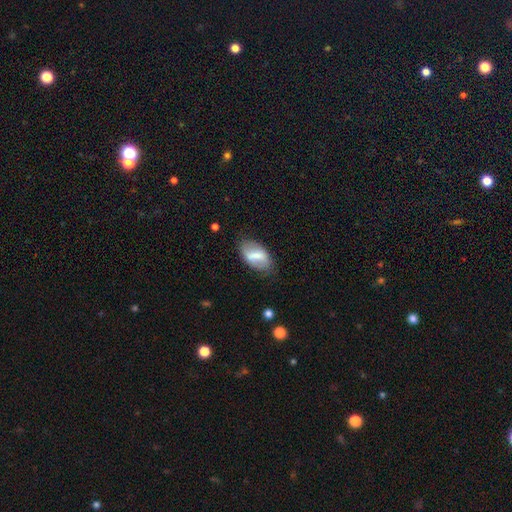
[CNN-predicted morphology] Q: Smooth or featured?
A: featured or disk (47%); runner-up: smooth (46%)
Q: Merging?
A: none (76%); runner-up: minor disturbance (17%)